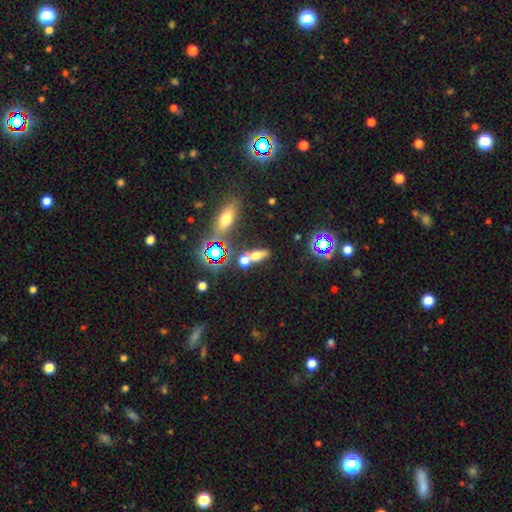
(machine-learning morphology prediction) This appears to be a smooth galaxy with no disk features (57%) that is in between round and cigar-shaped (60%). Merging: none (45%).